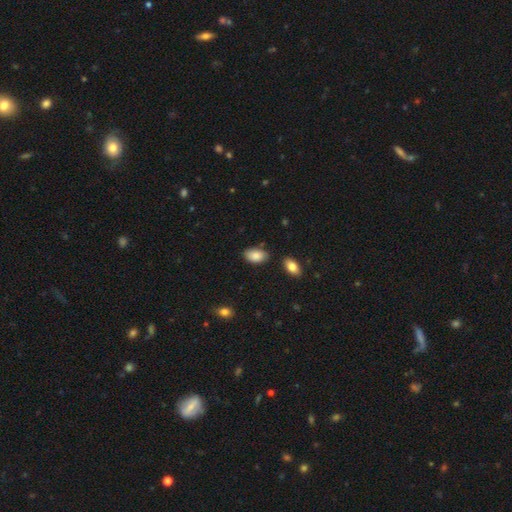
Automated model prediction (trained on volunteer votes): smooth 87%, star or artifact 7%, featured or disk 7%. Down the decision tree: how rounded — in between (94%); merging — none (79%).